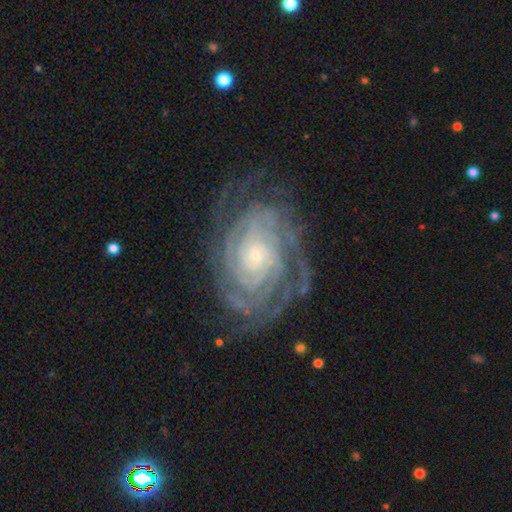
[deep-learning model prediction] The model was most divided on "spiral arm count" (2-way tie): 4: 22%, can't tell: 22%, more than 4: 17%, 3: 16%, 2: 15%, 1: 7%. More confident: spiral arms — yes (98%); edge-on disk — no (97%); smooth or featured — featured or disk (90%); spiral winding — tight (83%); bulge size — small (81%); bar — no (77%); merging — none (74%).